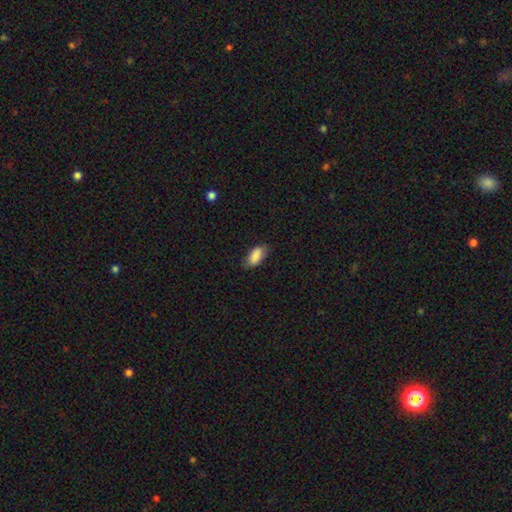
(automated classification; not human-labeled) Smooth or featured?
  - smooth: 87% *
  - star or artifact: 7%
  - featured or disk: 6%
How rounded?
  - in between: 90% *
  - cigar-shaped: 7%
  - round: 3%
Merging?
  - none: 75% *
  - minor disturbance: 20%
  - major disturbance: 4%
  - merger: 1%